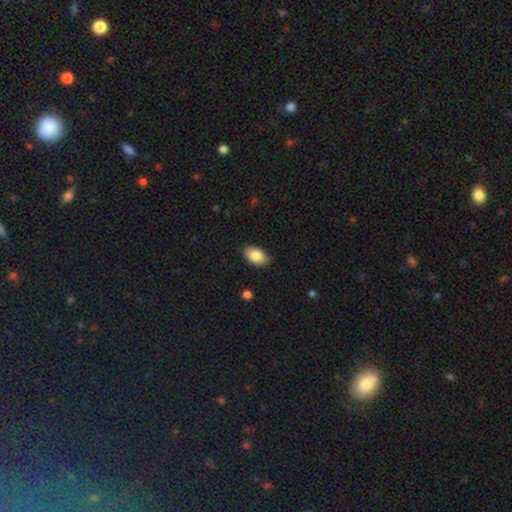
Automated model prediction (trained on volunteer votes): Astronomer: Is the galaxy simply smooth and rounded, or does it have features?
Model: smooth — 85%.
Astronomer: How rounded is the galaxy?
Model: in between — 92%.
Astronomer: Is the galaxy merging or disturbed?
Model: none — 86%.